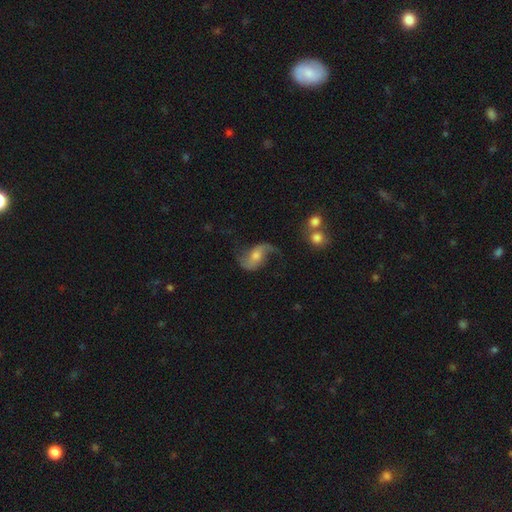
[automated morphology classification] Q: Smooth or featured?
A: featured or disk (83%); runner-up: smooth (10%)
Q: Edge-on disk?
A: no (97%); runner-up: yes (3%)
Q: Bar?
A: no (46%); runner-up: weak (38%)
Q: Spiral arms?
A: yes (95%); runner-up: no (5%)
Q: Spiral winding?
A: loose (80%); runner-up: medium (17%)
Q: Spiral arm count?
A: 2 (91%); runner-up: 1 (4%)
Q: Bulge size?
A: moderate (56%); runner-up: small (33%)
Q: Merging?
A: none (67%); runner-up: minor disturbance (18%)